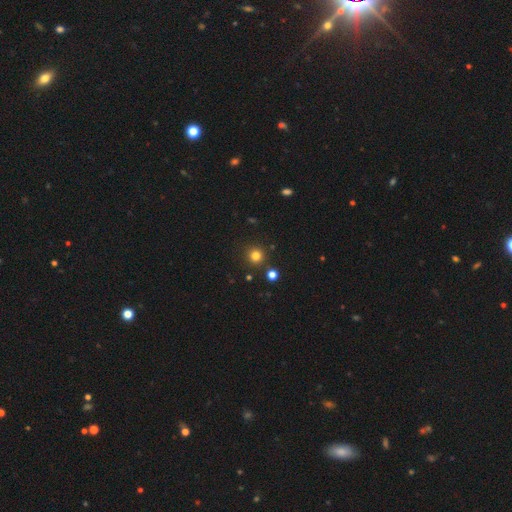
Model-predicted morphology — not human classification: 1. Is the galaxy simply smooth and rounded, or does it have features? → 80% smooth, 15% star or artifact, 5% featured or disk.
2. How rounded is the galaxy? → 94% round, 5% in between, 1% cigar-shaped.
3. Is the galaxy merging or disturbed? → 87% none, 6% minor disturbance, 4% merger, 2% major disturbance.